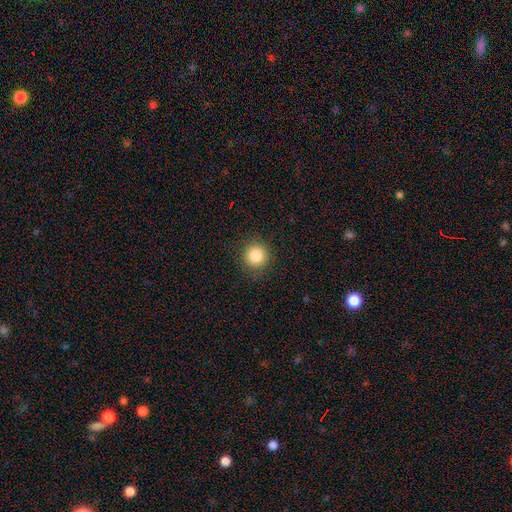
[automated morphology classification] Smooth or featured? smooth (84%)
How rounded? round (94%)
Merging? none (89%)